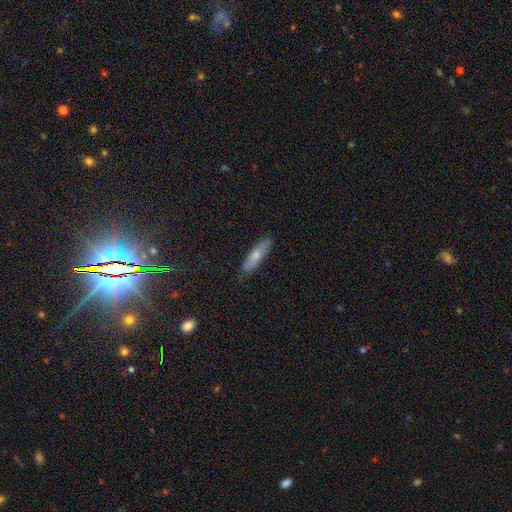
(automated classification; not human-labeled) Smooth or featured: smooth — 67% (featured or disk — 27%)
How rounded: cigar-shaped — 68% (in between — 30%)
Merging: none — 84% (minor disturbance — 12%)